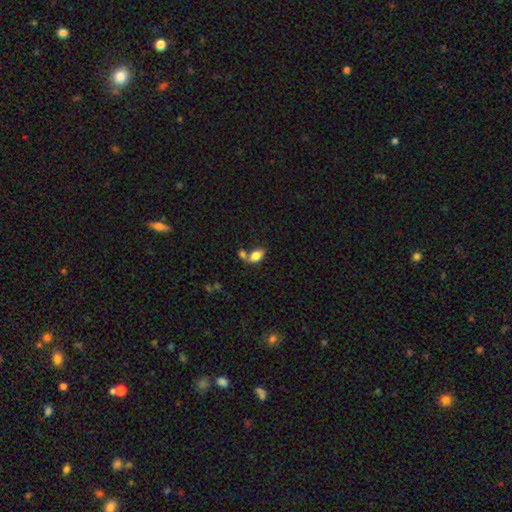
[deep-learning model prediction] Smooth or featured? smooth (80%)
How rounded? in between (89%)
Merging? none (43%)